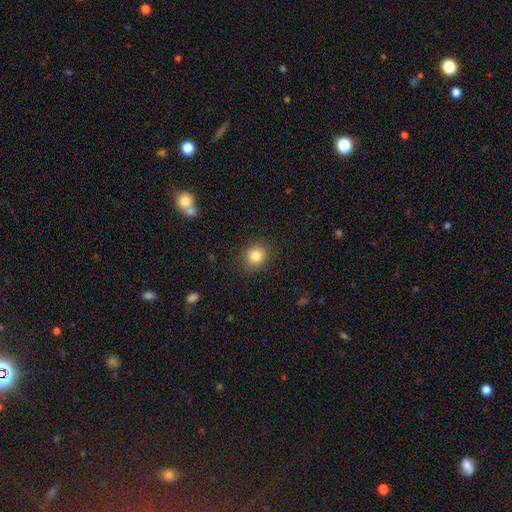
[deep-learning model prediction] smooth 82%, star or artifact 11%, featured or disk 7%. Down the decision tree: how rounded — round (78%); merging — none (87%).